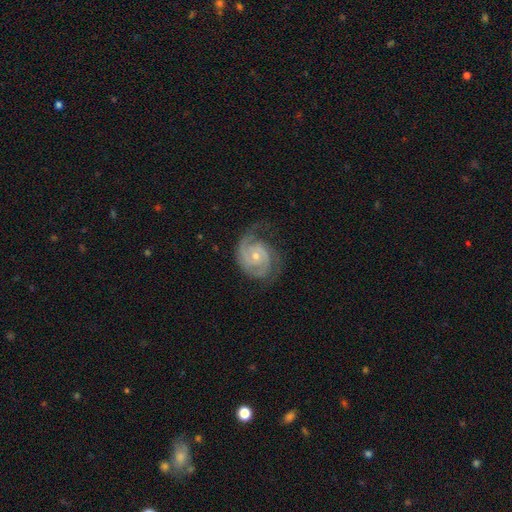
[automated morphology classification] Overall: featured or disk (88%). Edge-on disk: no (98%). Bar: no (67%; weak 28%). Spiral arms: yes (97%). Spiral arm count: 2 (62%). Spiral winding: tight (54%; medium 37%). Bulge size: small (55%; moderate 42%). Merging: none (64%).